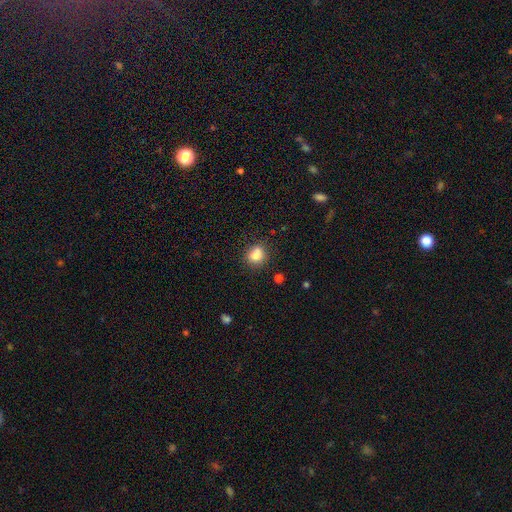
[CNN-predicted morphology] type=smooth (78%); roundness=round (81%); merging=none (63%).